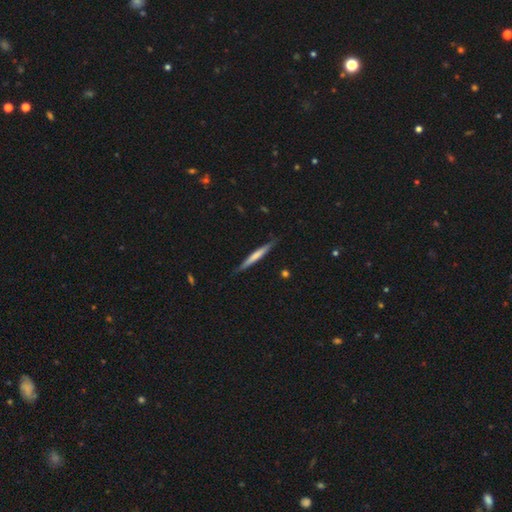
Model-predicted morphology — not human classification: type=smooth (56%); roundness=cigar-shaped (96%); merging=none (85%).